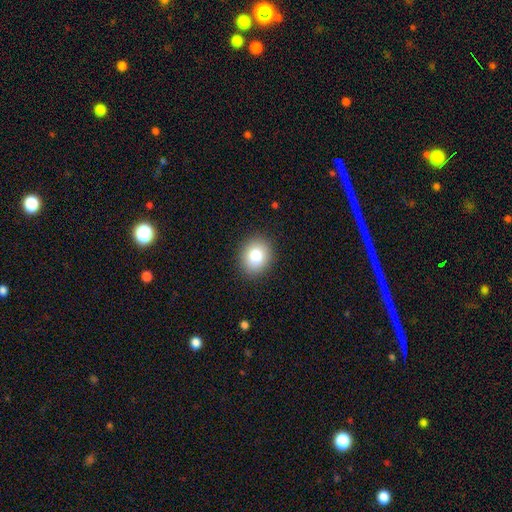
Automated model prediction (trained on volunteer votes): Morphology: type=smooth (80%); roundness=round (65%); merging=none (90%).